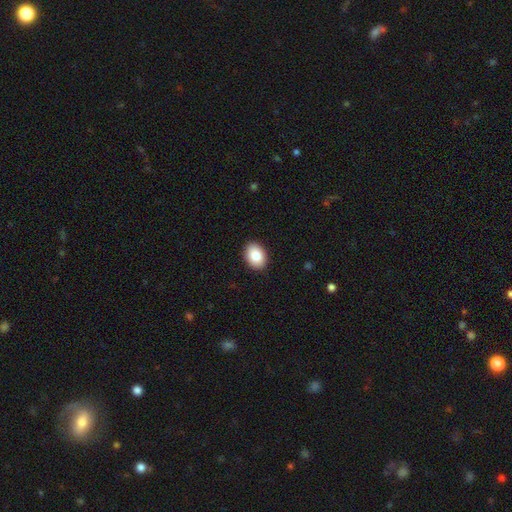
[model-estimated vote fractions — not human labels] This appears to be a smooth galaxy with no disk features (84%) that is in between round and cigar-shaped (79%). Merging: none (90%).